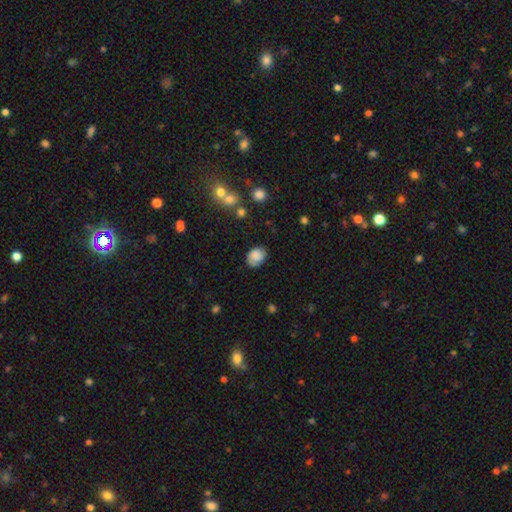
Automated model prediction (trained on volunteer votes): The model was most divided on "how rounded": in between: 58%, round: 41%, cigar-shaped: 1%. More confident: smooth or featured — smooth (78%); merging — none (68%).